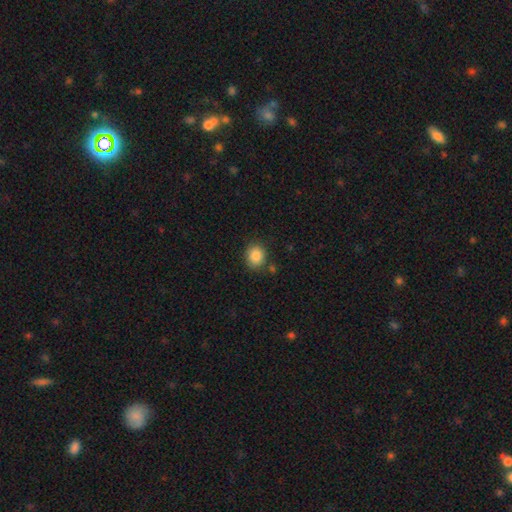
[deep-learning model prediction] This is clearly a smooth galaxy (86%). How rounded: likely round (69%). Merging: clearly none (83%).